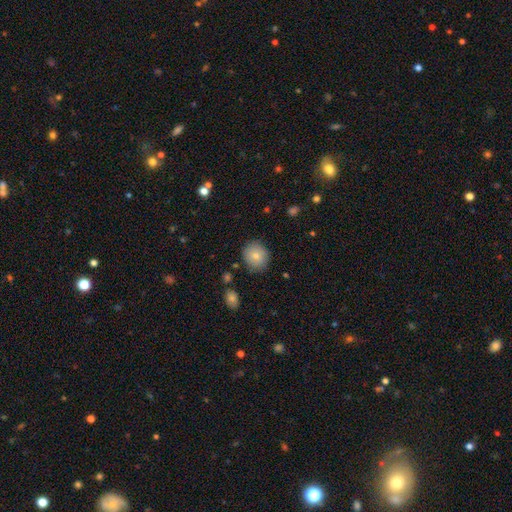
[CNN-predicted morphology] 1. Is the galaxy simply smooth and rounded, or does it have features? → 80% smooth, 12% featured or disk, 8% star or artifact.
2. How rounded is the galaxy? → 78% round, 21% in between, 1% cigar-shaped.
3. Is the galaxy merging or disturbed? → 84% none, 11% minor disturbance, 3% major disturbance, 2% merger.